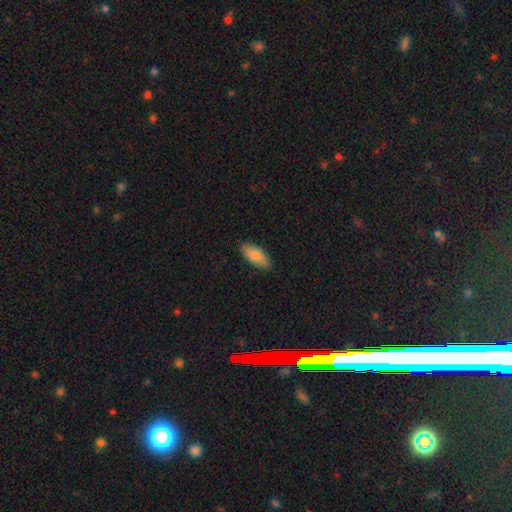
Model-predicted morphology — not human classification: type=smooth (84%); roundness=in between (84%); merging=none (87%).